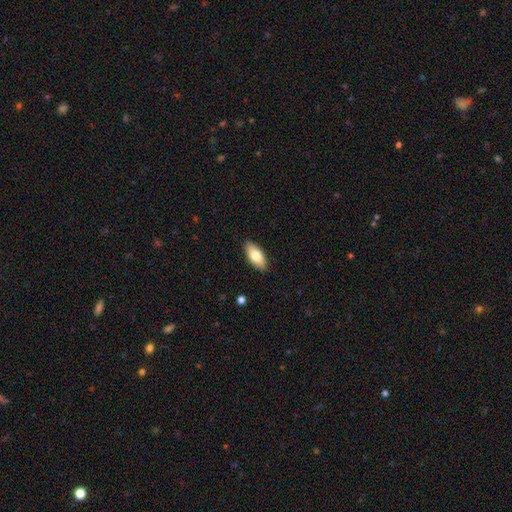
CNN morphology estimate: type=smooth (79%); roundness=in between (87%); merging=none (89%).